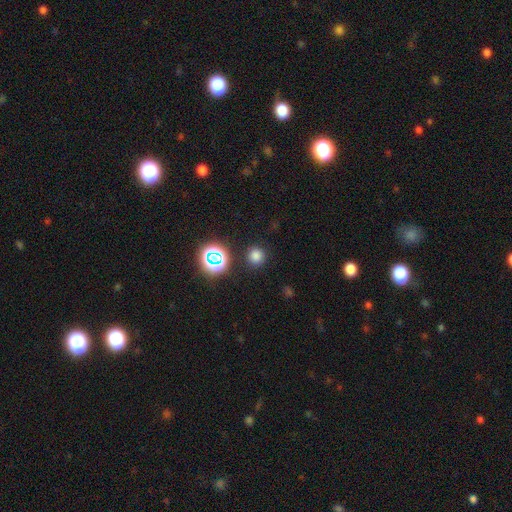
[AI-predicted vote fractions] Overall: smooth (74%). How rounded: round (92%). Merging: none (88%).